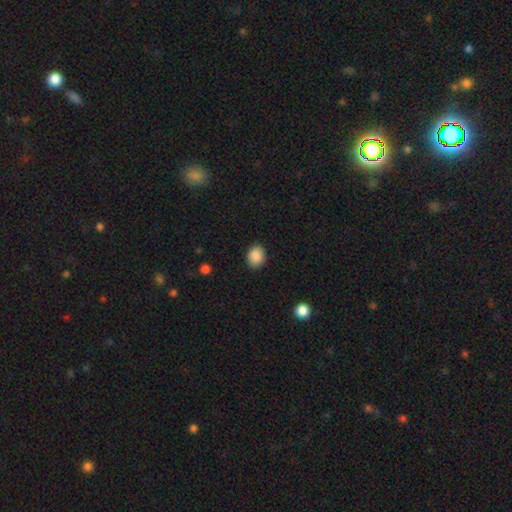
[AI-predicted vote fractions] A smooth galaxy with no disk features (89%) that is round (58%). Merging: none (88%).